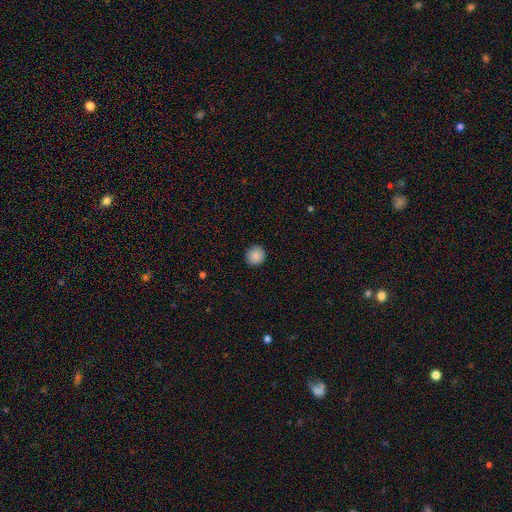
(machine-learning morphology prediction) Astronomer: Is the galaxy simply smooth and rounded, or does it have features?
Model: smooth — 88%.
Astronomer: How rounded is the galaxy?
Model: round — 92%.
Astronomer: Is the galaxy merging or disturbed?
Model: none — 91%.